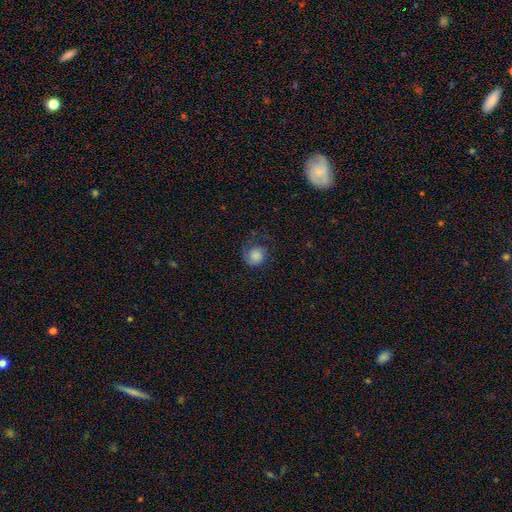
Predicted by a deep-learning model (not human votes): This is likely a smooth galaxy (78%). How rounded: clearly round (84%). Merging: possibly none (59%).